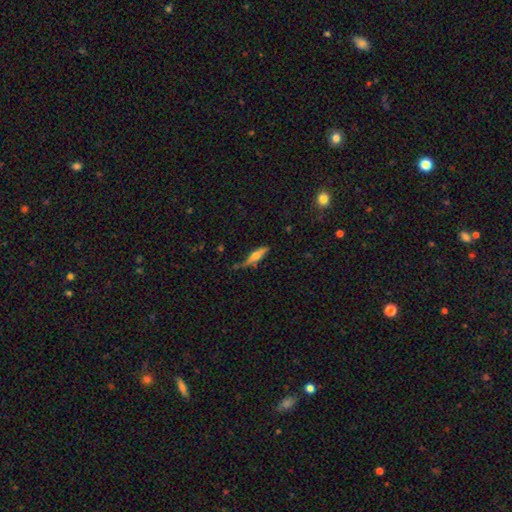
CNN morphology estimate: smooth_or_featured: smooth (p=0.51) [alt: featured or disk p=0.42]
how_rounded: cigar-shaped (p=0.71) [alt: in between p=0.26]
merging: none (p=0.47) [alt: minor disturbance p=0.31]